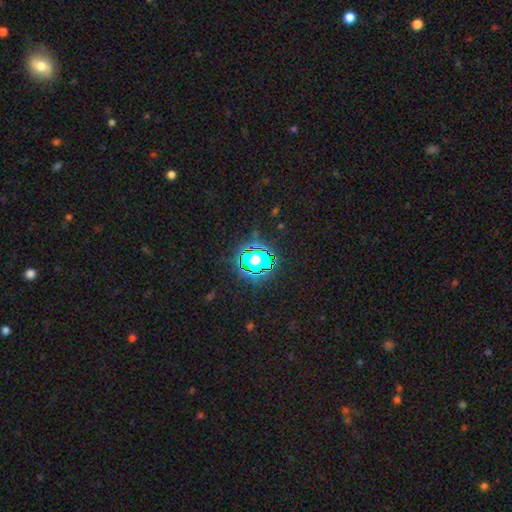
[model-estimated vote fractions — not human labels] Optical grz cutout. It shows a star or artifact, not a galaxy (72%).